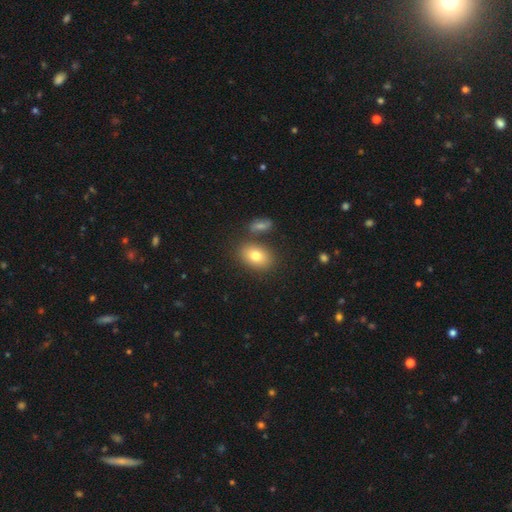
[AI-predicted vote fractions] This appears to be a smooth galaxy with no disk features (78%) that is in between round and cigar-shaped (81%). Merging: none (75%).